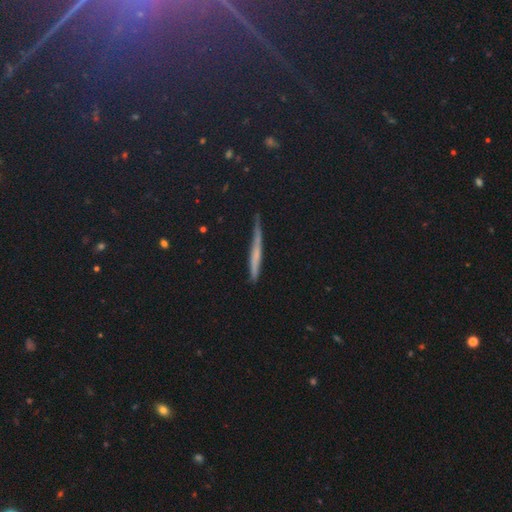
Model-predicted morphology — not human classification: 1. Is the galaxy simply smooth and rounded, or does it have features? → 47% smooth, 37% featured or disk, 16% star or artifact.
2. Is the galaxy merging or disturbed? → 73% none, 20% minor disturbance, 4% major disturbance, 2% merger.